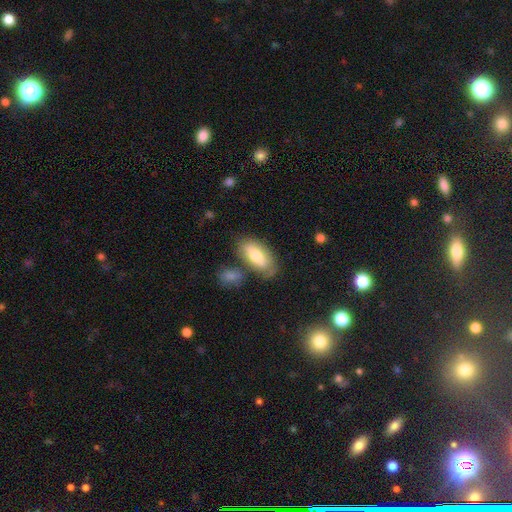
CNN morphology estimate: Smooth or featured? Predicted: smooth (p=0.72). How rounded? Predicted: in between (p=0.88). Merging? Predicted: none (p=0.66).